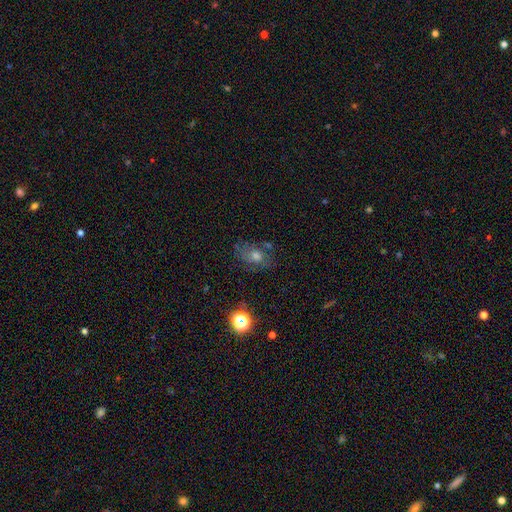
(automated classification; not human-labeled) Smooth or featured?
  - smooth: 40% *
  - featured or disk: 33%
  - star or artifact: 27%
Merging?
  - none: 63% *
  - minor disturbance: 21%
  - major disturbance: 11%
  - merger: 5%